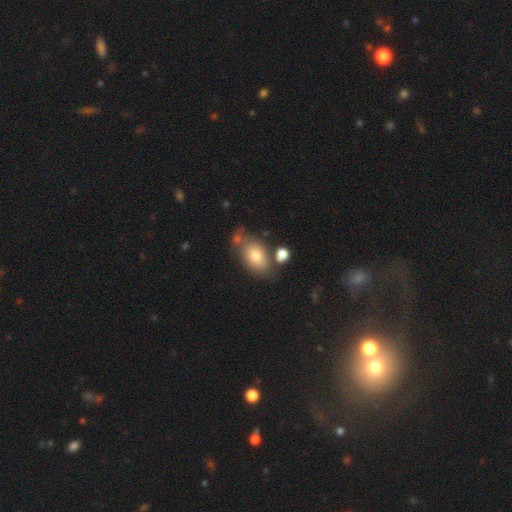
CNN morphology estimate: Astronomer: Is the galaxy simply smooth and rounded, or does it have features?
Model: smooth — 75%.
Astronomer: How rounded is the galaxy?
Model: in between — 89%.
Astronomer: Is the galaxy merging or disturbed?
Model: none — 57%.